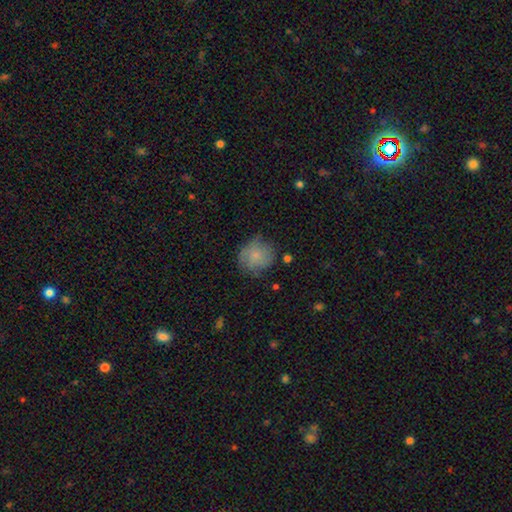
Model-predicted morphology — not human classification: Smooth or featured? smooth (67%)
How rounded? round (86%)
Merging? none (65%)